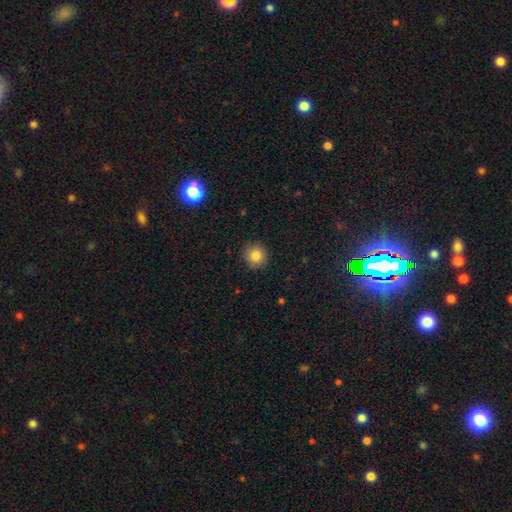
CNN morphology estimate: Overall: smooth (83%). How rounded: round (93%). Merging: none (91%).